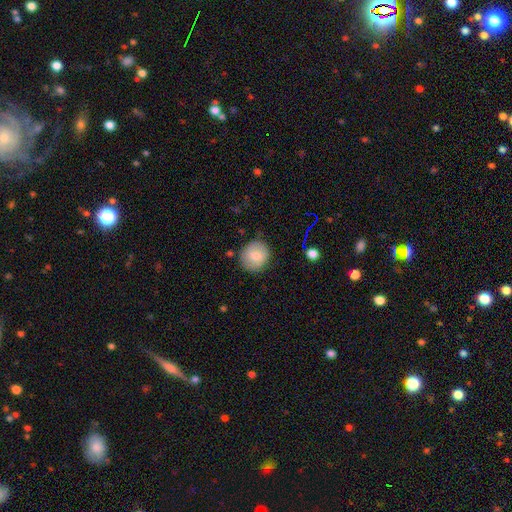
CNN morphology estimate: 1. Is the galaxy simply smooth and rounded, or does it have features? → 78% smooth, 15% featured or disk, 8% star or artifact.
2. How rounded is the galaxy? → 86% round, 13% in between, 1% cigar-shaped.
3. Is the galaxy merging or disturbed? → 81% none, 14% minor disturbance, 3% major disturbance, 2% merger.